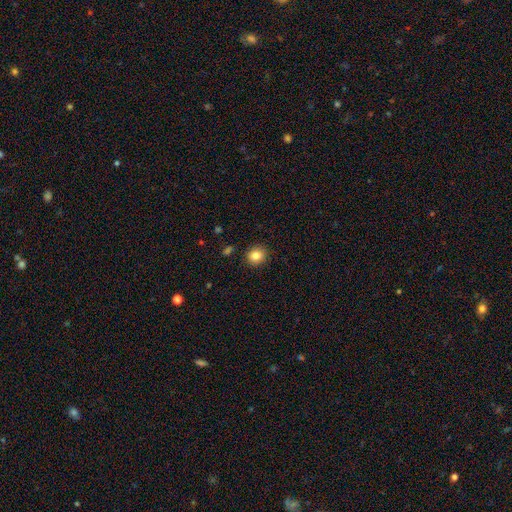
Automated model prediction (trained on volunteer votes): Morphology: type=smooth (84%); roundness=round (82%); merging=none (90%).